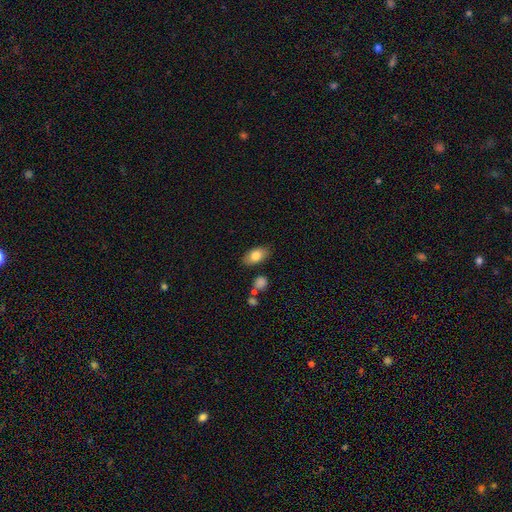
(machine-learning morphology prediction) smooth-or-featured: smooth: 80% | featured or disk: 13% | star or artifact: 7%
  how-rounded: in between: 91% | round: 7% | cigar-shaped: 2%
  merging: none: 83% | minor disturbance: 12% | merger: 3% | major disturbance: 3%